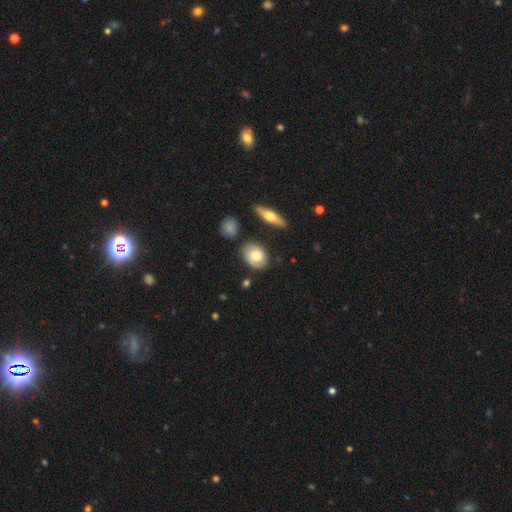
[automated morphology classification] smooth 69%, featured or disk 24%, star or artifact 7%. Down the decision tree: how rounded — in between (66%); merging — none (72%).